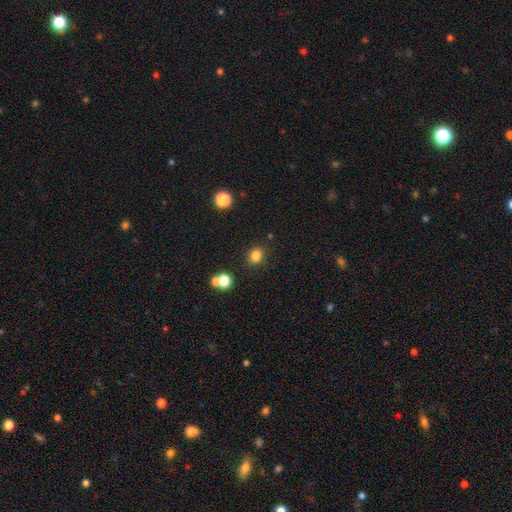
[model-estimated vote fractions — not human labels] Smooth or featured? Predicted: smooth (p=0.82). How rounded? Predicted: round (p=0.69). Merging? Predicted: none (p=0.85).